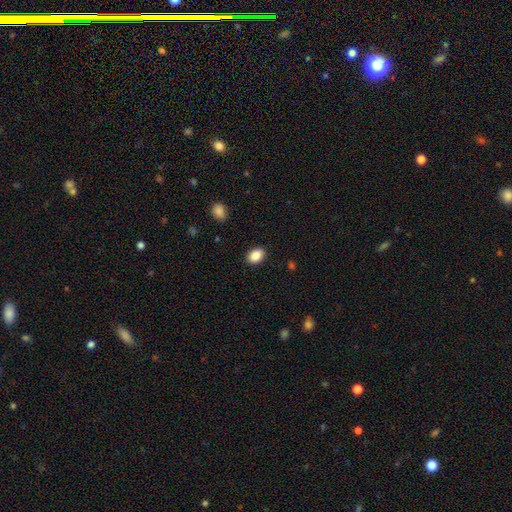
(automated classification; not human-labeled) Overall: smooth (88%). How rounded: in between (77%). Merging: none (89%).